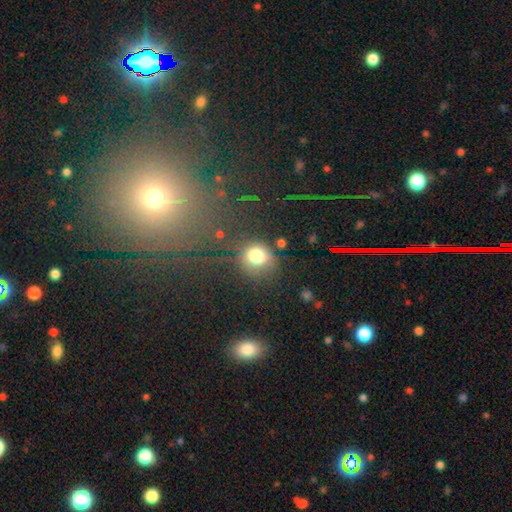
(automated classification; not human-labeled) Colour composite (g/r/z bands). It shows a smooth galaxy with no disk features (75%) that is round (72%). Merging: none (60%).